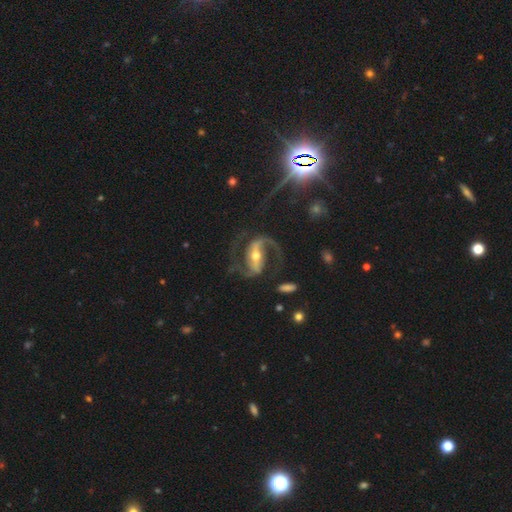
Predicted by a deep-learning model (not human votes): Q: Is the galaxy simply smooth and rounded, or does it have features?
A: featured or disk — 90%.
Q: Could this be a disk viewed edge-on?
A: no — 97%.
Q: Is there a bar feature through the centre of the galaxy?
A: strong — 60%.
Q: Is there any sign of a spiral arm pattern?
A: yes — 97%.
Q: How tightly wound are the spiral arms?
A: medium — 56%.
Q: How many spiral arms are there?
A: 2 — 90%.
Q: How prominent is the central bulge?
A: moderate — 62%.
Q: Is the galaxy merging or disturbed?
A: none — 70%.